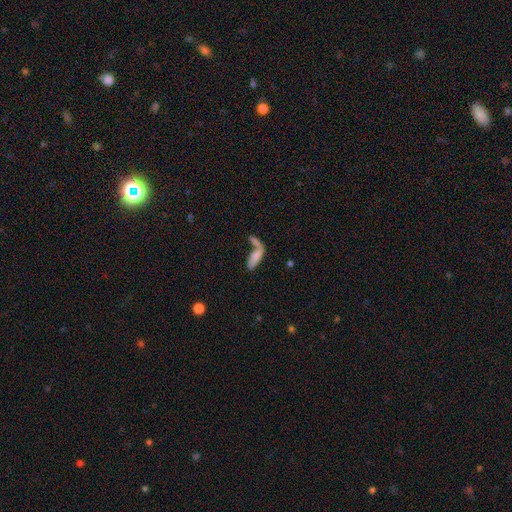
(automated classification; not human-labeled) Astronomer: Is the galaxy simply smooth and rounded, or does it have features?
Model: smooth — 72%.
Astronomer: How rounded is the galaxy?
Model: in between — 57% (runner-up: cigar-shaped, 40%).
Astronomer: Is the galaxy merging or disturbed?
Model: merger — 49% (runner-up: none, 30%).